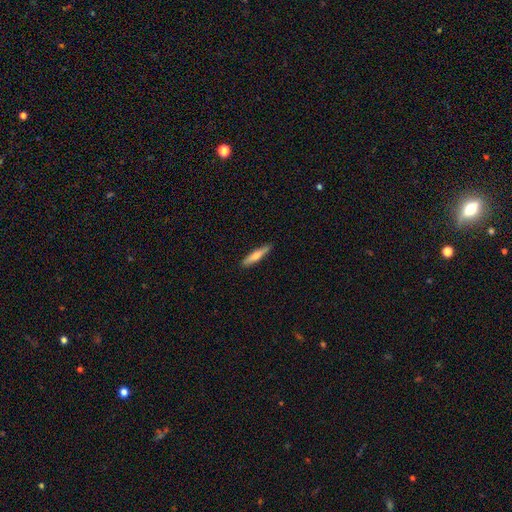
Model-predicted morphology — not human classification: A smooth galaxy with no disk features (61%) that is cigar-shaped (88%).

Vote fractions:
- Smooth or featured? smooth: 61% / featured or disk: 34% / star or artifact: 5%
- How rounded? cigar-shaped: 88% / in between: 10% / round: 1%
- Merging? none: 89% / minor disturbance: 8% / major disturbance: 2% / merger: 1%